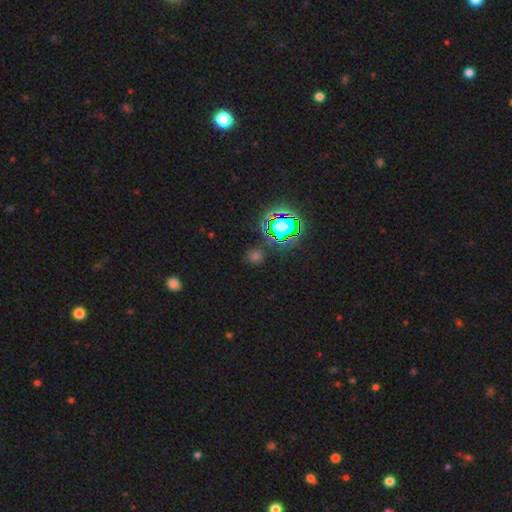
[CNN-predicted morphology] Smooth or featured: star or artifact — 54% (smooth — 39%)